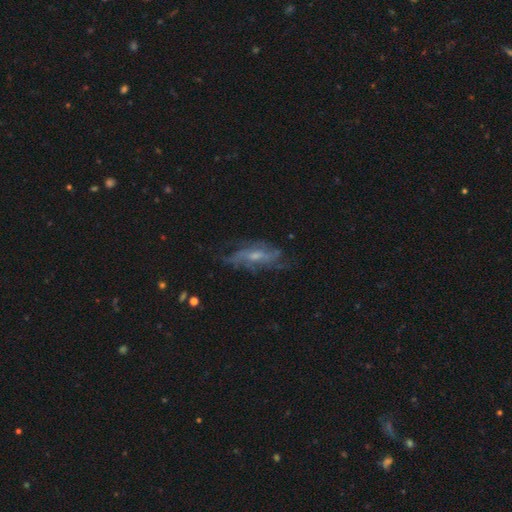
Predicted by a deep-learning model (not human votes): A featured or disk galaxy (74%) with no bar (51%), spiral arms (81%) and a small central bulge (48%). Merging: none (62%).